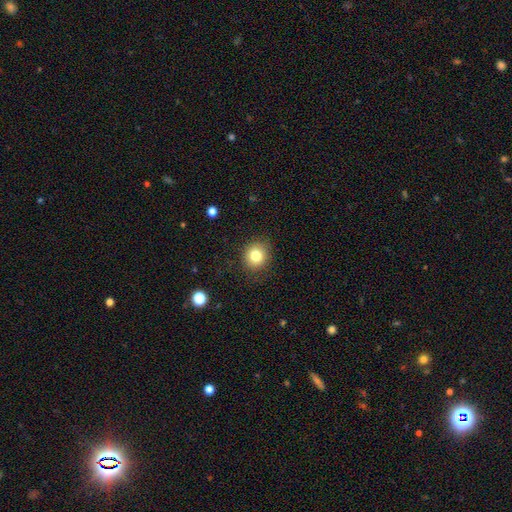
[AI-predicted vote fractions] Q: Smooth or featured?
A: smooth (81%); runner-up: star or artifact (11%)
Q: How rounded?
A: round (85%); runner-up: in between (14%)
Q: Merging?
A: none (87%); runner-up: minor disturbance (9%)